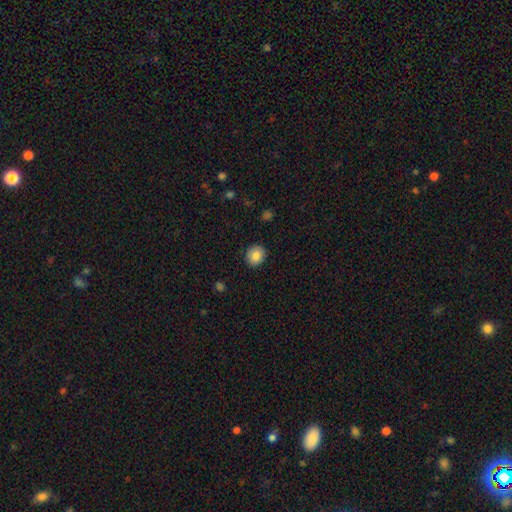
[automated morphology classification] smooth-or-featured: smooth: 84% | star or artifact: 8% | featured or disk: 7%
  how-rounded: round: 80% | in between: 19% | cigar-shaped: 1%
  merging: none: 89% | minor disturbance: 8% | major disturbance: 2% | merger: 1%